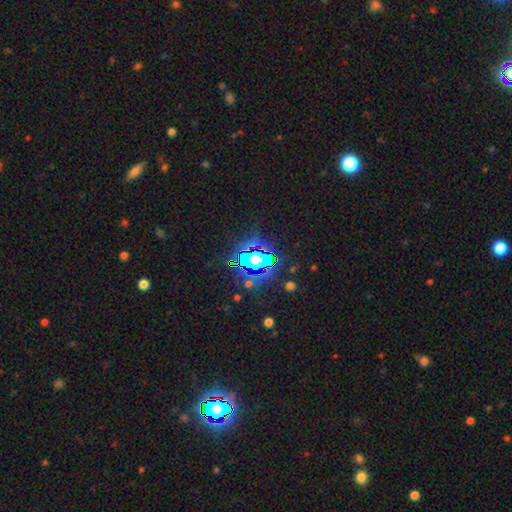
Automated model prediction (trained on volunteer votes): A star or artifact, not a galaxy (82%).

Vote fractions:
- Smooth or featured? star or artifact: 82% / smooth: 11% / featured or disk: 7%